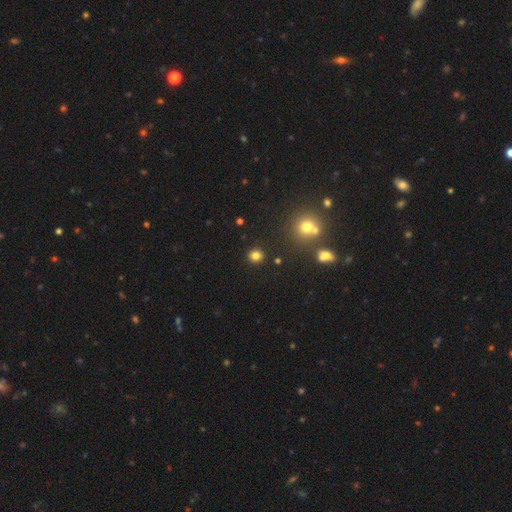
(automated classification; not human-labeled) Smooth or featured?
  - smooth: 80% *
  - star or artifact: 15%
  - featured or disk: 5%
How rounded?
  - round: 87% *
  - in between: 12%
  - cigar-shaped: 1%
Merging?
  - none: 89% *
  - minor disturbance: 6%
  - merger: 3%
  - major disturbance: 2%